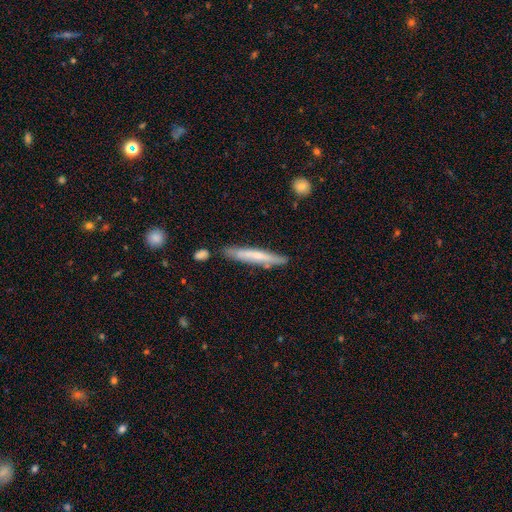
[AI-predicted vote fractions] Smooth or featured? Predicted: smooth (p=0.51). How rounded? Predicted: cigar-shaped (p=0.94). Merging? Predicted: none (p=0.77).